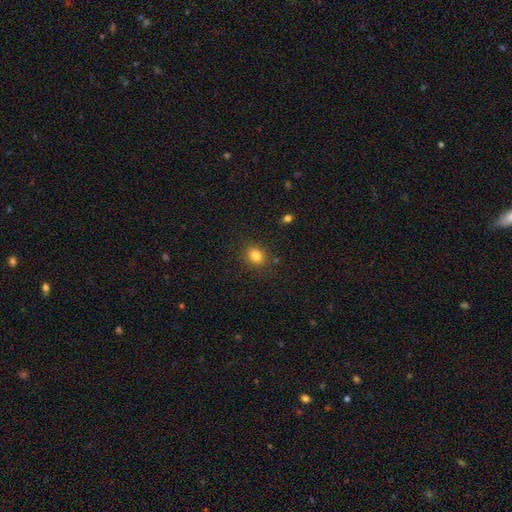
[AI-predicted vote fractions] Smooth or featured? smooth (83%)
How rounded? round (66%)
Merging? none (86%)